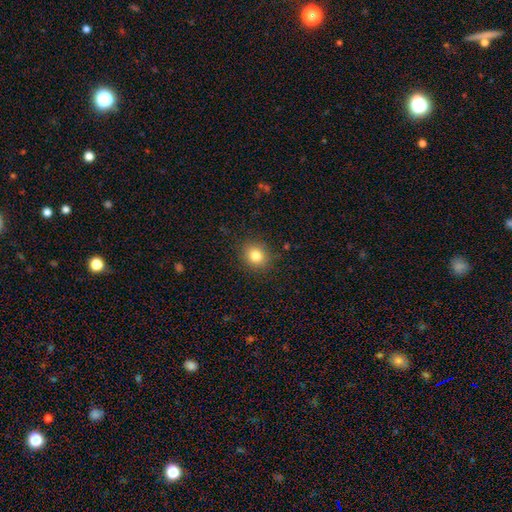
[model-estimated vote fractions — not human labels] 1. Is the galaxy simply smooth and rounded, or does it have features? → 82% smooth, 12% star or artifact, 7% featured or disk.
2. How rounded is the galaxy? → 71% round, 28% in between, 1% cigar-shaped.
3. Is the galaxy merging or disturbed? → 88% none, 9% minor disturbance, 3% major disturbance, 1% merger.